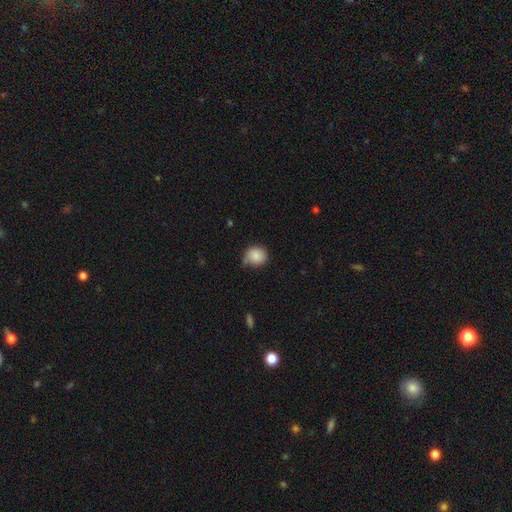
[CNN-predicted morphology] The model was most divided on "merging": none: 57%, minor disturbance: 32%, major disturbance: 7%, merger: 4%. More confident: smooth or featured — smooth (85%); how rounded — round (76%).